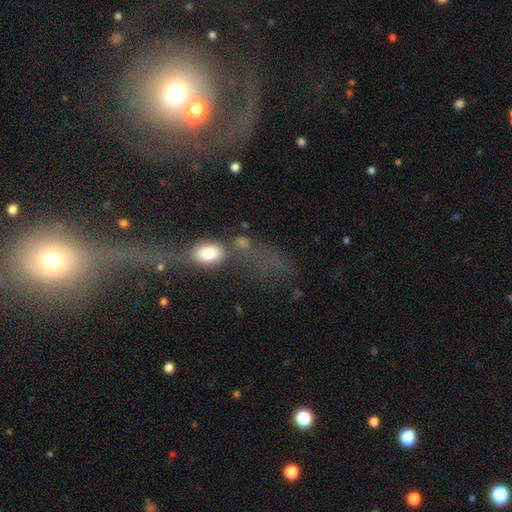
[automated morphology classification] Smooth or featured? featured or disk (39%)
Merging? merger (32%)